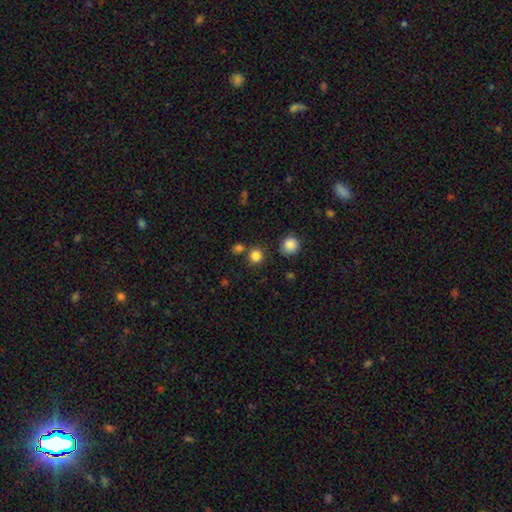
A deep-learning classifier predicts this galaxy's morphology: This appears to be a smooth galaxy with no disk features (83%) that is round (91%). Merging: none (77%).